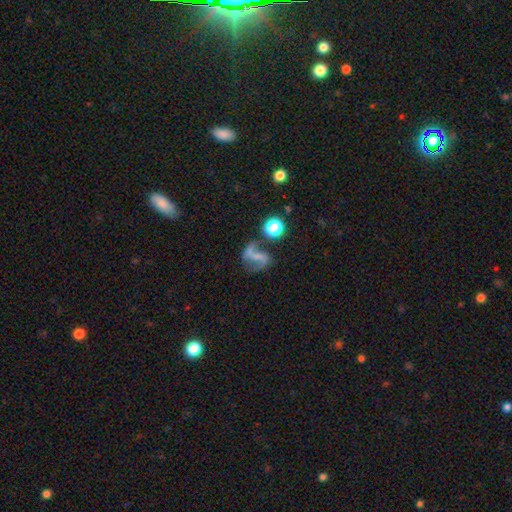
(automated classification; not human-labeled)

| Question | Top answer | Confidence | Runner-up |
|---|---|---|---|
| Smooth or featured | featured or disk | 70% | smooth (18%) |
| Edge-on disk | no | 97% | yes (3%) |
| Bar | weak | 36% | strong (35%) |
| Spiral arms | yes | 88% | no (12%) |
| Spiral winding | loose | 63% | medium (30%) |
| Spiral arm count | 2 | 88% | 1 (6%) |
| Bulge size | none | 43% | small (35%) |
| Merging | none | 48% | merger (20%) |